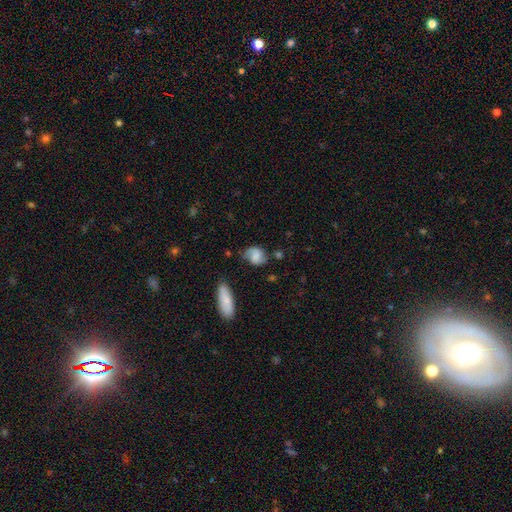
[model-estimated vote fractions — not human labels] Smooth or featured? Predicted: smooth (p=0.52). How rounded? Predicted: in between (p=0.61). Merging? Predicted: none (p=0.61).